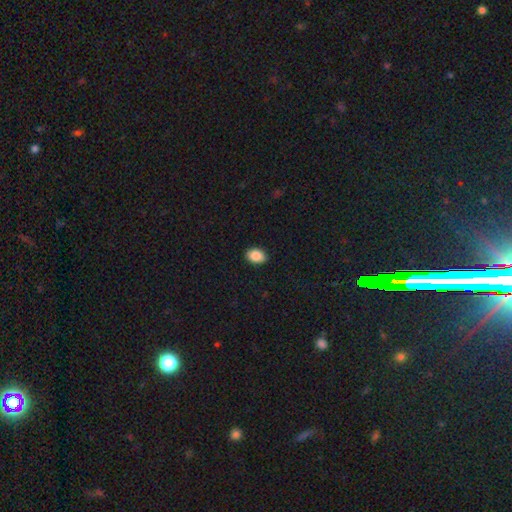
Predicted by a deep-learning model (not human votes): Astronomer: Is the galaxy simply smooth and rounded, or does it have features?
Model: smooth — 88%.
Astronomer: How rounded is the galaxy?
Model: in between — 81%.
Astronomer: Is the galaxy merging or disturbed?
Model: none — 90%.